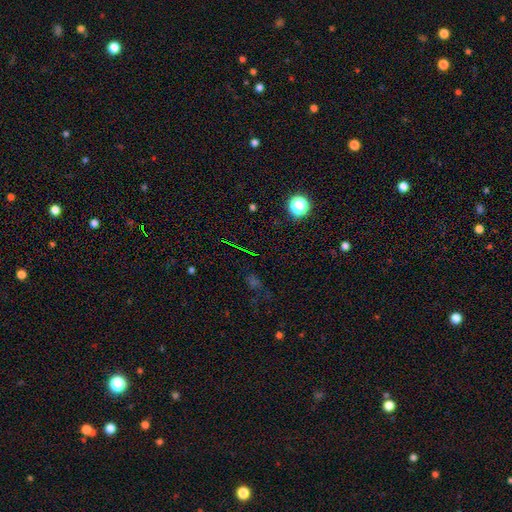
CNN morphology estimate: The model was most divided on "smooth or featured": star or artifact: 65%, smooth: 23%, featured or disk: 12%.